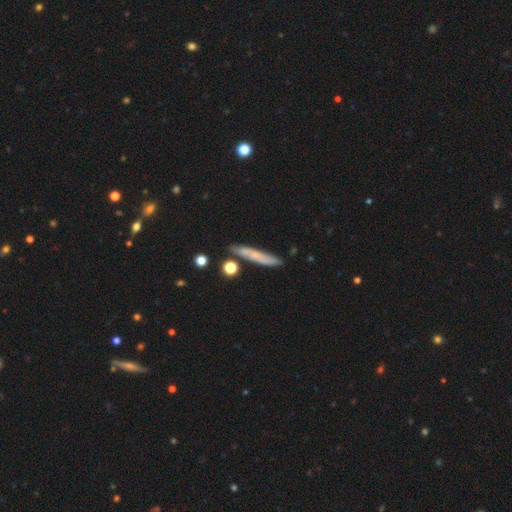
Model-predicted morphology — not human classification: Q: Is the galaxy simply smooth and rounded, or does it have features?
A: smooth — 59%.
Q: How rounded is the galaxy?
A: cigar-shaped — 89%.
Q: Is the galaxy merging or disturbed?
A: none — 75%.